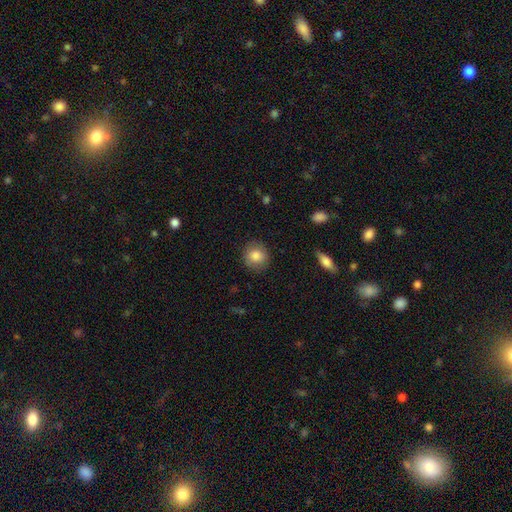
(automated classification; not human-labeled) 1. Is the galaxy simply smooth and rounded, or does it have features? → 83% smooth, 9% featured or disk, 8% star or artifact.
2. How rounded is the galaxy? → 87% round, 12% in between, 1% cigar-shaped.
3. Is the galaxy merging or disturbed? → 87% none, 10% minor disturbance, 3% major disturbance, 1% merger.